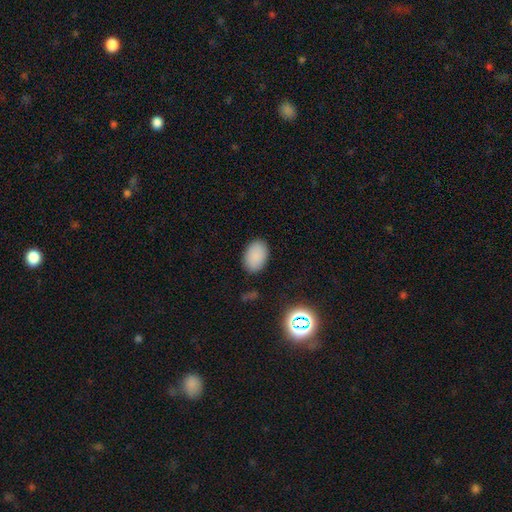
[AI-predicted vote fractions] smooth 87%, star or artifact 9%, featured or disk 4%. Down the decision tree: how rounded — in between (90%); merging — none (87%).